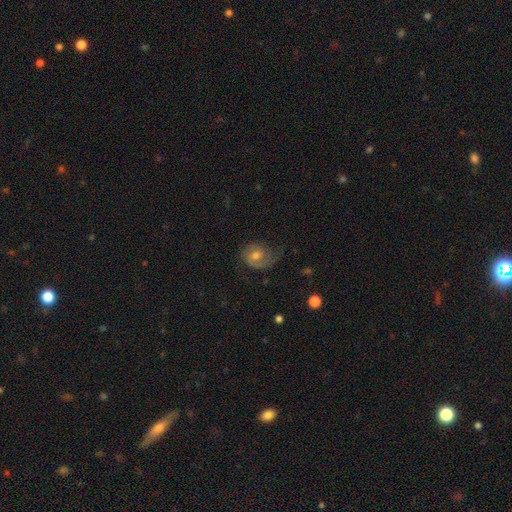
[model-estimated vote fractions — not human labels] The model was most divided on "spiral winding": tight: 41%, medium: 39%, loose: 19%. Remaining: edge-on disk — no (97%); spiral arms — yes (91%); smooth or featured — featured or disk (68%); bulge size — moderate (63%); bar — no (62%); merging — none (54%); spiral arm count — 2 (48%).